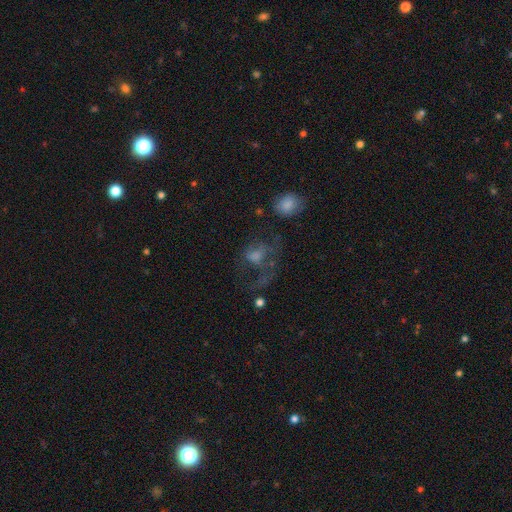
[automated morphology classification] The model was most divided on "smooth or featured": featured or disk: 42%, smooth: 35%, star or artifact: 23%. Remaining: merging — major disturbance (46%).